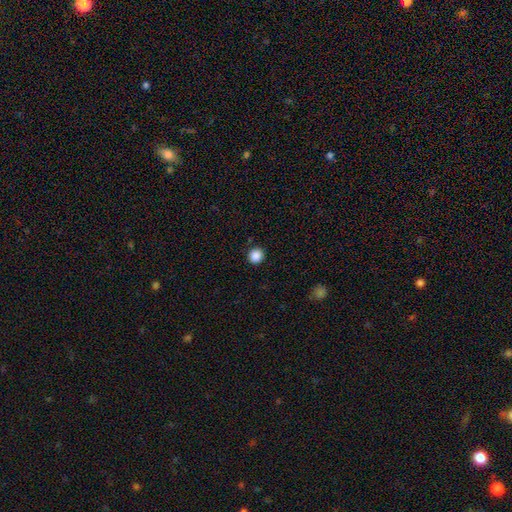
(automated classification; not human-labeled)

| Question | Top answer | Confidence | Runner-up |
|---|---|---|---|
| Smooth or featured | smooth | 87% | star or artifact (10%) |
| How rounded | round | 91% | in between (8%) |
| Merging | none | 91% | minor disturbance (5%) |